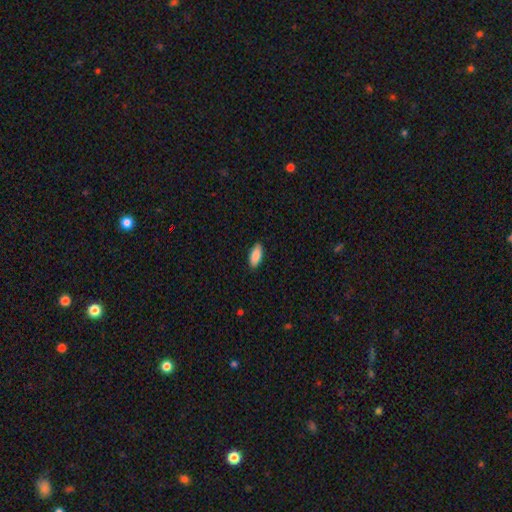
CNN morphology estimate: The model was most divided on "how rounded": in between: 87%, cigar-shaped: 11%, round: 2%. More confident: smooth or featured — smooth (90%); merging — none (89%).